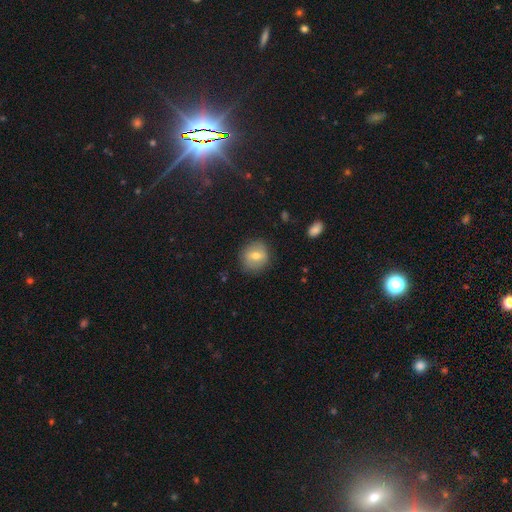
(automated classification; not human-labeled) Smooth or featured: smooth — 63% (featured or disk — 27%)
How rounded: round — 80% (in between — 18%)
Merging: none — 85% (minor disturbance — 11%)